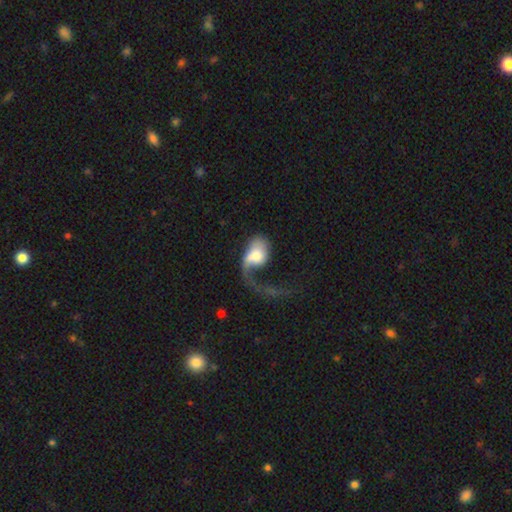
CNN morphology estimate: This appears to be a smooth galaxy with no disk features (48%). Merging: major disturbance (68%).